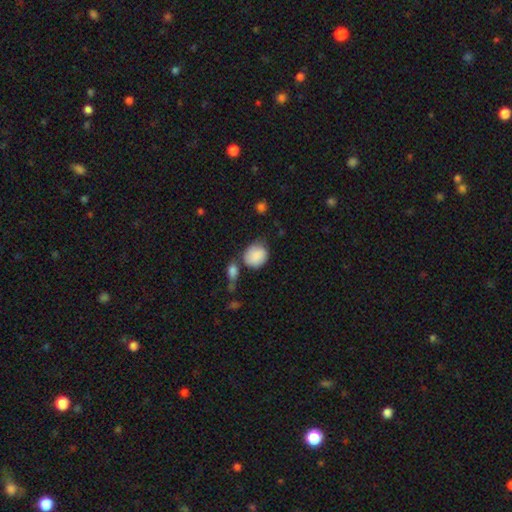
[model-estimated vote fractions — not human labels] A smooth galaxy with no disk features (86%) that is round (62%).

Vote fractions:
- Smooth or featured? smooth: 86% / star or artifact: 7% / featured or disk: 7%
- How rounded? round: 62% / in between: 36% / cigar-shaped: 1%
- Merging? none: 52% / minor disturbance: 25% / merger: 15% / major disturbance: 8%